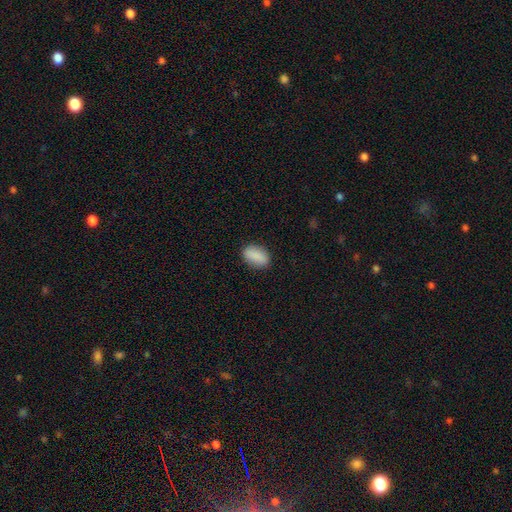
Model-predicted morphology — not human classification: Smooth or featured?
  - smooth: 89% *
  - star or artifact: 7%
  - featured or disk: 4%
How rounded?
  - in between: 90% *
  - round: 7%
  - cigar-shaped: 3%
Merging?
  - none: 87% *
  - minor disturbance: 9%
  - major disturbance: 2%
  - merger: 1%